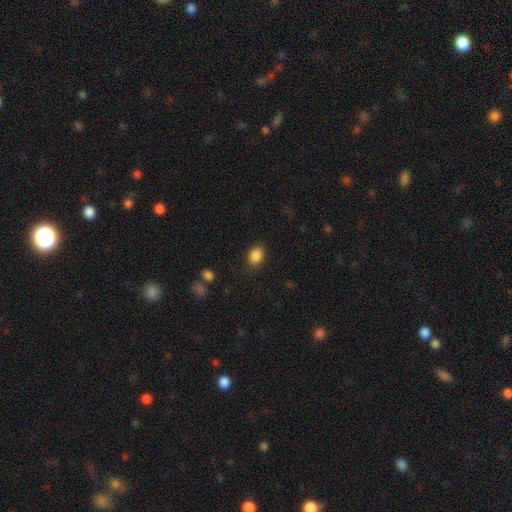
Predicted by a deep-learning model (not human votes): This appears to be a smooth galaxy with no disk features (87%) that is in between round and cigar-shaped (58%). Merging: none (85%).